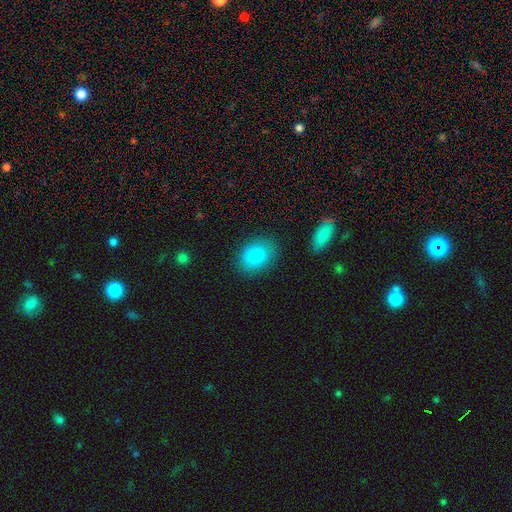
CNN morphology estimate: smooth-or-featured: smooth: 85% | star or artifact: 8% | featured or disk: 7%
  how-rounded: in between: 68% | round: 31% | cigar-shaped: 1%
  merging: none: 82% | minor disturbance: 12% | major disturbance: 4% | merger: 2%